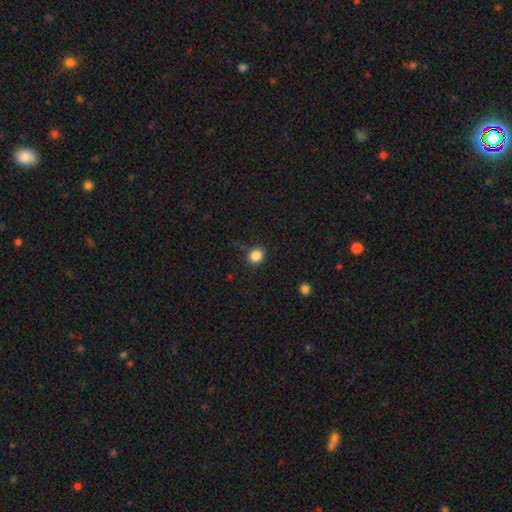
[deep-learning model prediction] The model was most divided on "how rounded": round: 66%, in between: 33%, cigar-shaped: 1%. More confident: merging — none (88%); smooth or featured — smooth (86%).